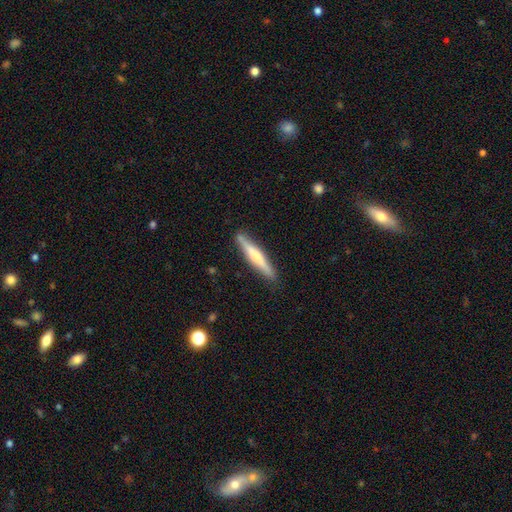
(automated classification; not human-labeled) Smooth or featured? featured or disk (48%)
Merging? none (87%)